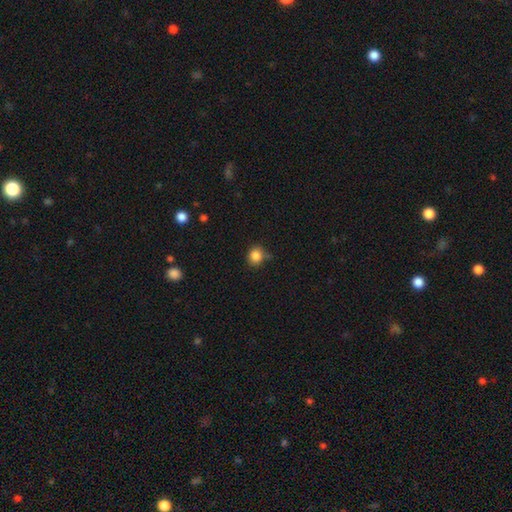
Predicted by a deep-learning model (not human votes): The model was most divided on "merging": none: 71%, minor disturbance: 20%, major disturbance: 4%, merger: 4%. More confident: how rounded — round (84%); smooth or featured — smooth (84%).